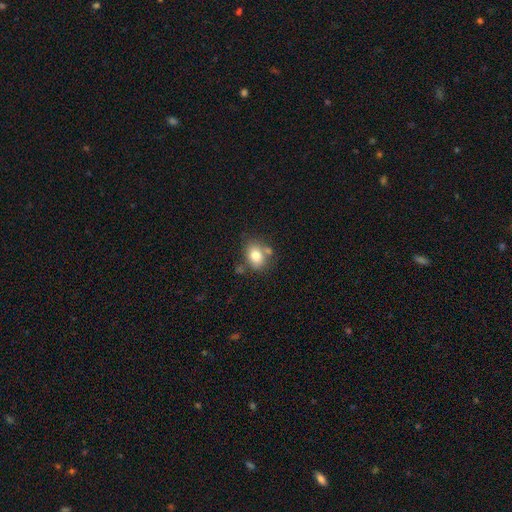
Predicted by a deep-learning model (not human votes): smooth-or-featured: smooth: 76% | featured or disk: 14% | star or artifact: 10%
  how-rounded: in between: 60% | round: 39% | cigar-shaped: 1%
  merging: none: 63% | minor disturbance: 16% | merger: 15% | major disturbance: 5%